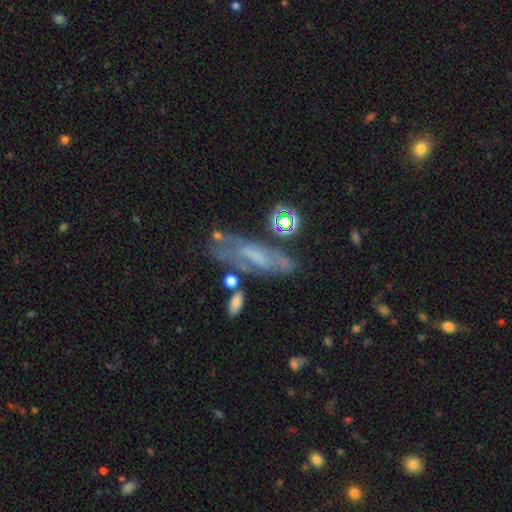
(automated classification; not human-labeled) A featured or disk galaxy (55%).

Vote fractions:
- Smooth or featured? featured or disk: 55% / smooth: 33% / star or artifact: 13%
- Edge-on disk? no: 74% / yes: 26%
- Merging? none: 54% / minor disturbance: 22% / major disturbance: 14% / merger: 9%